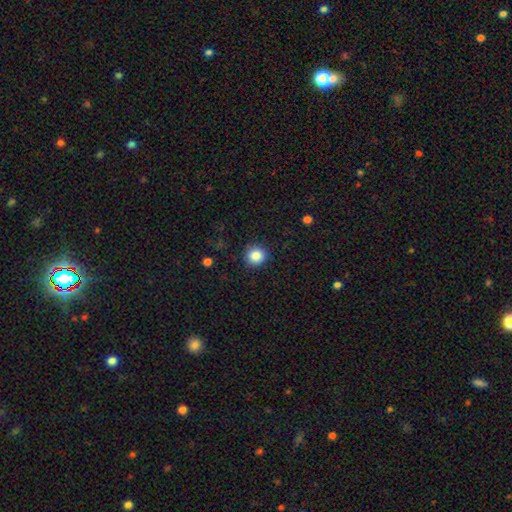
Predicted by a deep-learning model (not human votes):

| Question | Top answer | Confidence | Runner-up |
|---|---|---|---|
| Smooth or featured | smooth | 86% | star or artifact (10%) |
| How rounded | round | 91% | in between (8%) |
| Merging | none | 90% | minor disturbance (7%) |